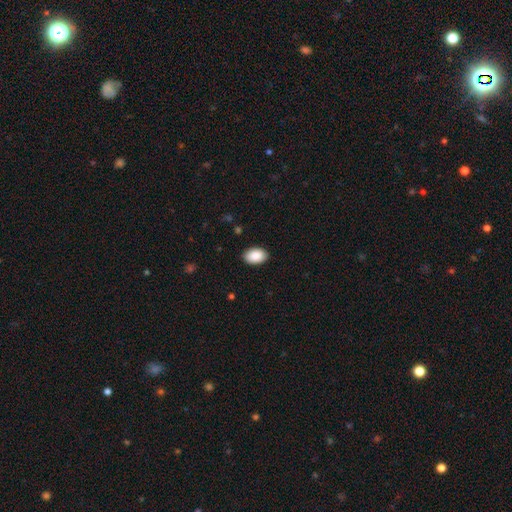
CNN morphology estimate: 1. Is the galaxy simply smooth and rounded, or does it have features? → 90% smooth, 6% star or artifact, 4% featured or disk.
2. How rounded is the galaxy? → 91% in between, 8% round, 1% cigar-shaped.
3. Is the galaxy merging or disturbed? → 89% none, 8% minor disturbance, 2% major disturbance, 1% merger.